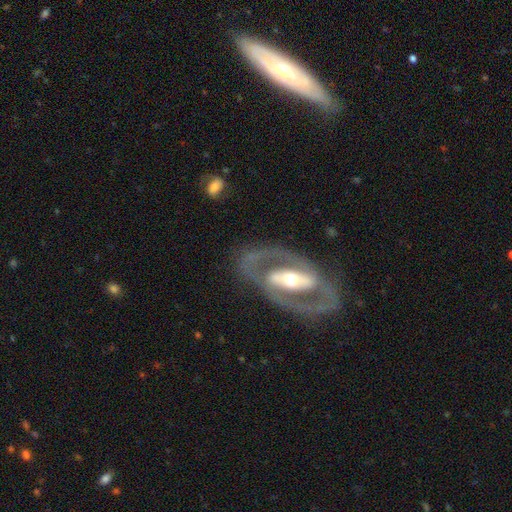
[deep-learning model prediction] featured or disk 86%, smooth 9%, star or artifact 5%. Down the decision tree: edge-on disk — no (93%); bar — strong (49%); spiral arms — yes (73%); spiral arm count — 2 (86%); spiral winding — medium (49%); bulge size — moderate (64%); merging — none (80%).